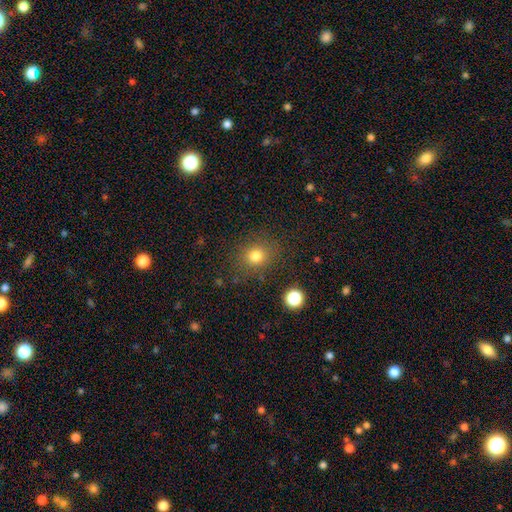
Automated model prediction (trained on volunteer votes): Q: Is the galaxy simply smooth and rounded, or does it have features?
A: smooth — 78%.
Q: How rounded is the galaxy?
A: round — 73%.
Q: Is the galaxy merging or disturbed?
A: none — 82%.